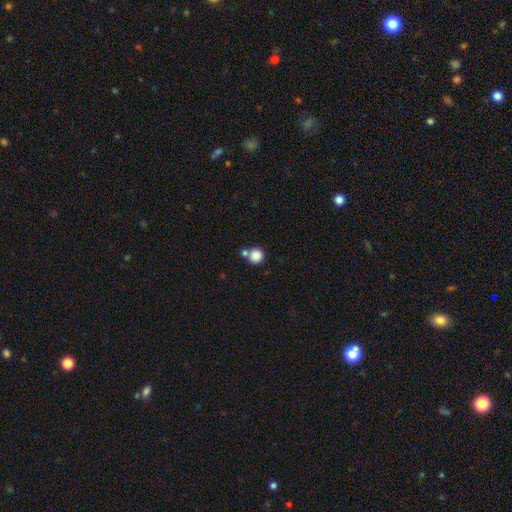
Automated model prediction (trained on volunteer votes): This appears to be a smooth galaxy with no disk features (86%) that is round (92%). Merging: none (57%).